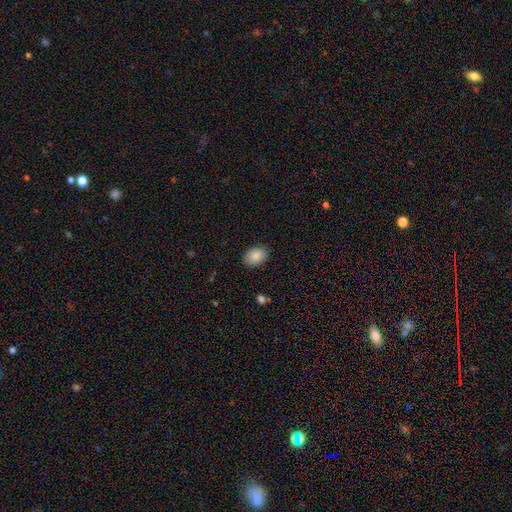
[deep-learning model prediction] Q: Smooth or featured?
A: smooth (88%); runner-up: star or artifact (7%)
Q: How rounded?
A: in between (78%); runner-up: round (21%)
Q: Merging?
A: none (86%); runner-up: minor disturbance (10%)